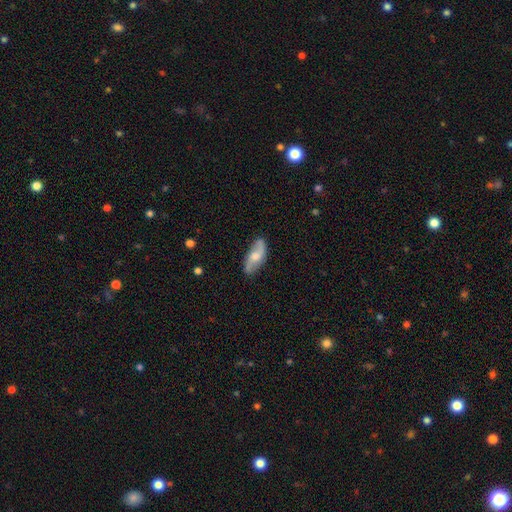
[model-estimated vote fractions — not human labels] smooth-or-featured: featured or disk: 56% | smooth: 38% | star or artifact: 6%
  disk-edge-on: no: 87% | yes: 13%
  merging: none: 80% | minor disturbance: 15% | major disturbance: 3% | merger: 2%